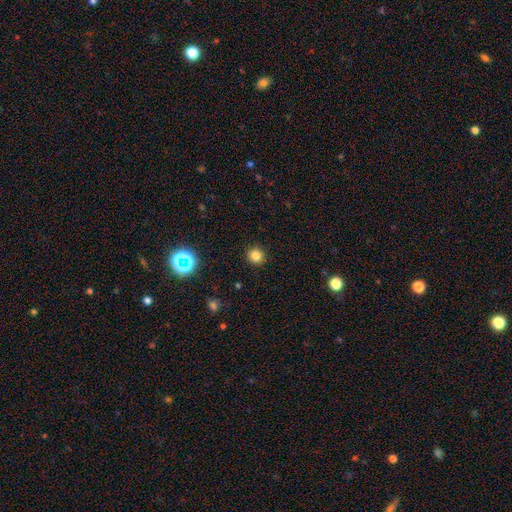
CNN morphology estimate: A smooth galaxy with no disk features (80%) that is round (93%). Merging: none (92%).